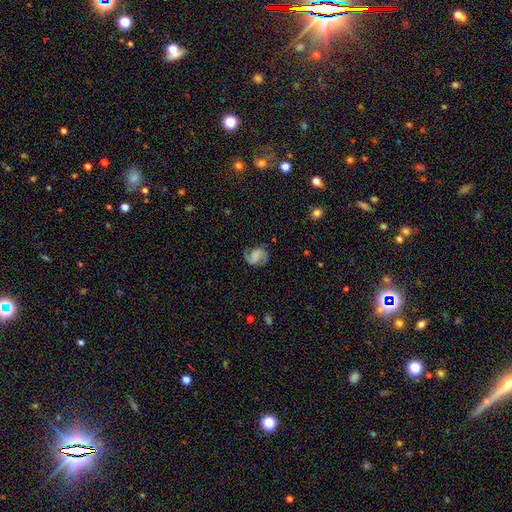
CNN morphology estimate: Smooth or featured? featured or disk (71%)
Edge-on disk? no (98%)
Bar? no (44%)
Spiral arms? yes (95%)
Spiral winding? medium (48%)
Spiral arm count? 2 (89%)
Bulge size? none (61%)
Merging? none (74%)